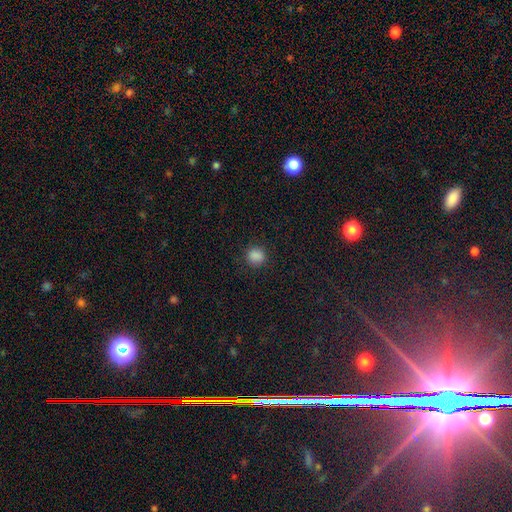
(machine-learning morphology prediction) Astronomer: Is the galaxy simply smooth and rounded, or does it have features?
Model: smooth — 86%.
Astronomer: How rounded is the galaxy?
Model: round — 87%.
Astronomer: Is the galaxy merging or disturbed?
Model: none — 89%.